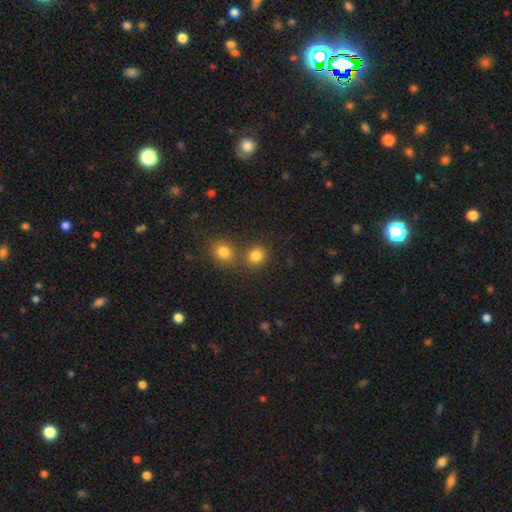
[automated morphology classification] Smooth or featured?
  - smooth: 82% *
  - star or artifact: 13%
  - featured or disk: 6%
How rounded?
  - round: 80% *
  - in between: 19%
  - cigar-shaped: 1%
Merging?
  - none: 63% *
  - merger: 26%
  - minor disturbance: 8%
  - major disturbance: 3%